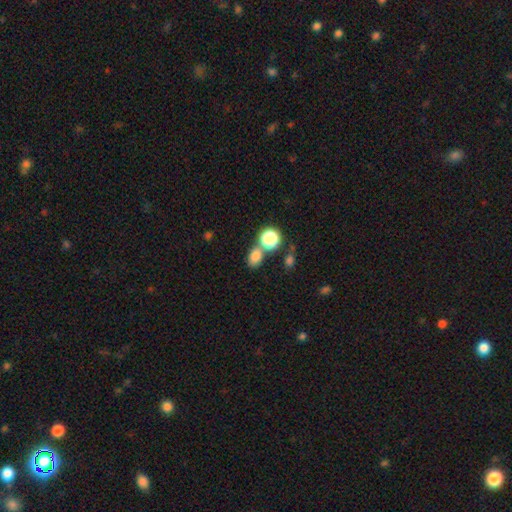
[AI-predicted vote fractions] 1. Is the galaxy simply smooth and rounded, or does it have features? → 79% smooth, 15% star or artifact, 6% featured or disk.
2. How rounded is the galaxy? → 62% in between, 36% round, 1% cigar-shaped.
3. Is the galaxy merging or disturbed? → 55% none, 30% merger, 11% minor disturbance, 4% major disturbance.